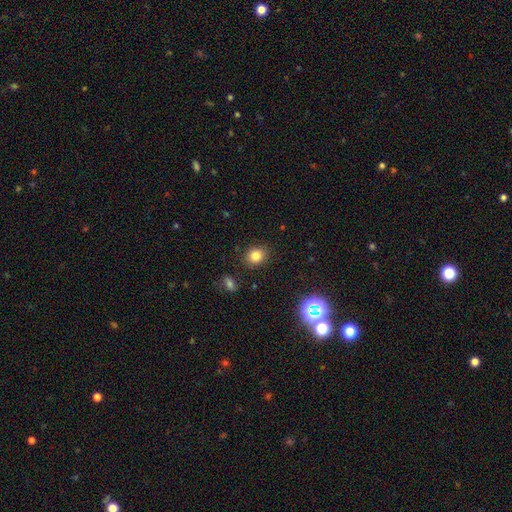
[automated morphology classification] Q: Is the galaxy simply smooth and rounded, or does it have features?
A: smooth — 81%.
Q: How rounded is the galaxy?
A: round — 70%.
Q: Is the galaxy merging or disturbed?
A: none — 88%.